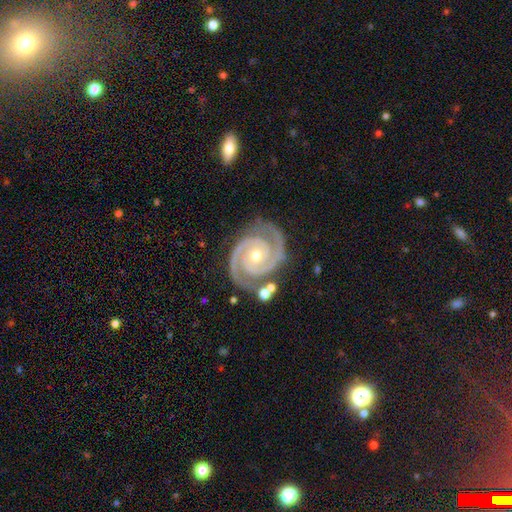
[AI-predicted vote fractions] Smooth or featured? featured or disk (94%)
Edge-on disk? no (98%)
Bar? no (72%)
Spiral arms? yes (99%)
Spiral winding? tight (76%)
Spiral arm count? 2 (91%)
Bulge size? small (57%)
Merging? none (82%)